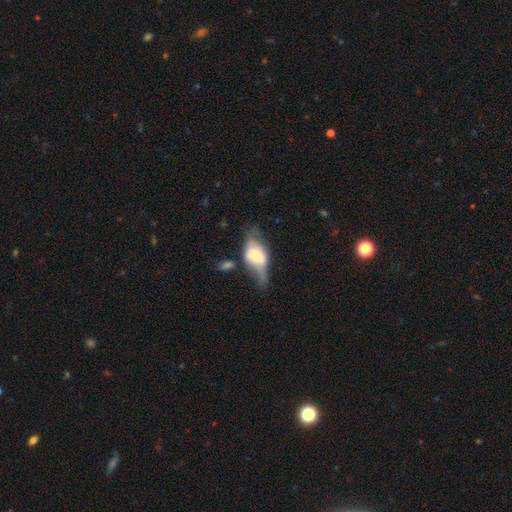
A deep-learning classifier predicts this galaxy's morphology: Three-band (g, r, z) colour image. It shows a smooth galaxy with no disk features (49%). Merging: none (30%).